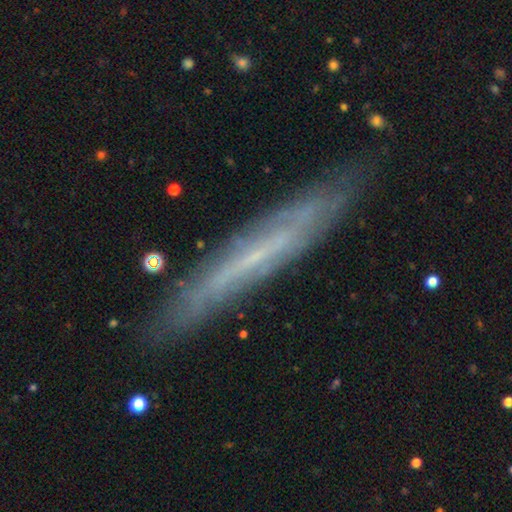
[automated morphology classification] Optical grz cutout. It shows a featured or disk galaxy (63%) viewed edge-on (76%). Merging: none (83%).